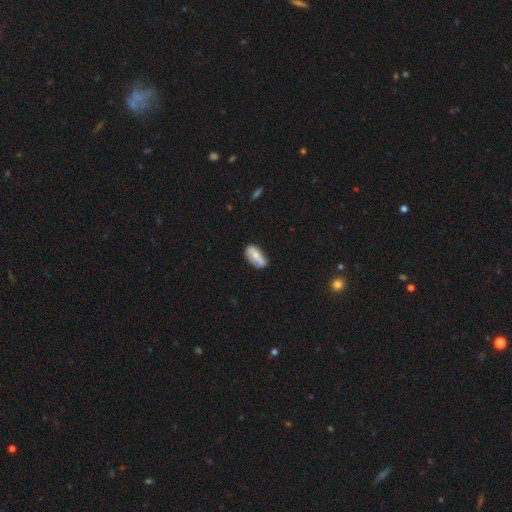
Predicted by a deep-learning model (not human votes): A smooth galaxy with no disk features (53%) that is in between round and cigar-shaped (88%). Merging: none (67%).